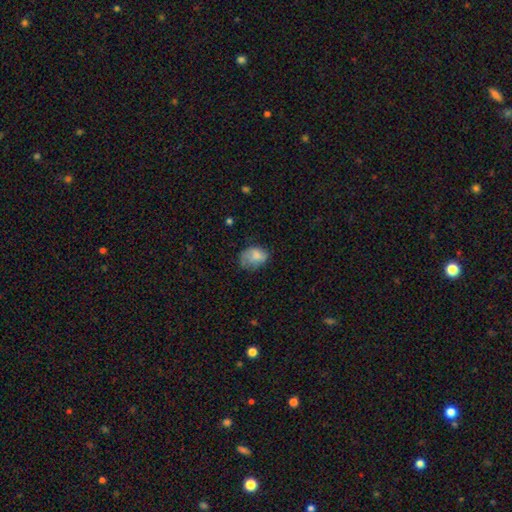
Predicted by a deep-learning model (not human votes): A smooth galaxy with no disk features (76%) that is in between round and cigar-shaped (72%).

Vote fractions:
- Smooth or featured? smooth: 76% / featured or disk: 16% / star or artifact: 8%
- How rounded? in between: 72% / round: 27% / cigar-shaped: 1%
- Merging? none: 47% / minor disturbance: 34% / major disturbance: 17% / merger: 2%